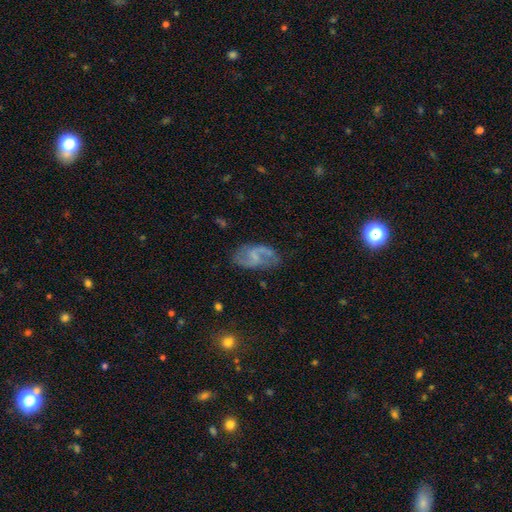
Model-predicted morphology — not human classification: This is likely a featured or disk galaxy (76%). It is clearly not viewed edge-on (97%). Bar: possibly weak (53%). Spiral arm pattern: clearly yes (91%). Spiral arm count: clearly 2 (88%). Spiral winding: possibly loose (46%). Central bulge: possibly none (48%). Merging: likely none (73%).